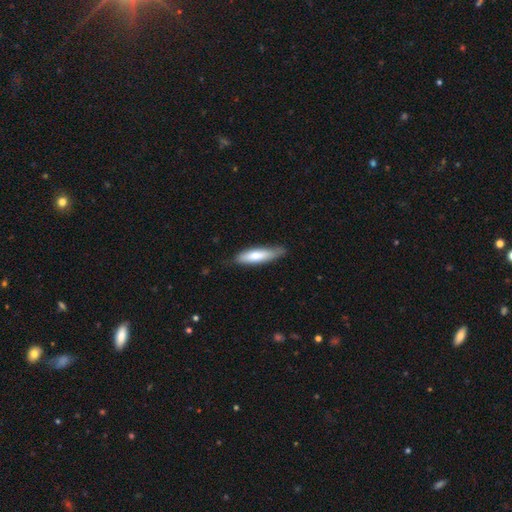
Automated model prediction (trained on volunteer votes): smooth-or-featured: smooth: 67% | featured or disk: 28% | star or artifact: 5%
  how-rounded: cigar-shaped: 66% | in between: 32% | round: 2%
  merging: none: 74% | minor disturbance: 22% | major disturbance: 4% | merger: 1%